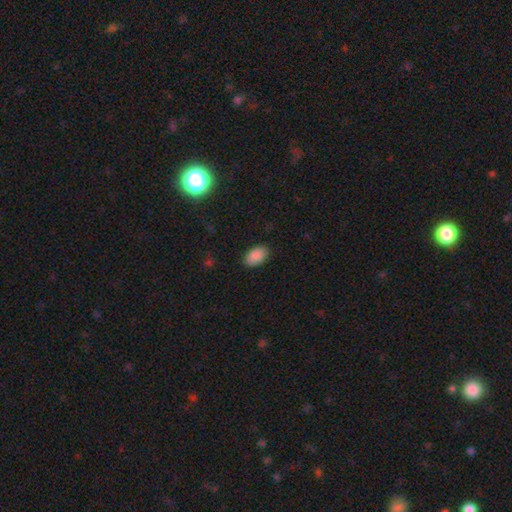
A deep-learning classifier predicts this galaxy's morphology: This appears to be a smooth galaxy with no disk features (89%) that is in between round and cigar-shaped (92%). Merging: none (87%).